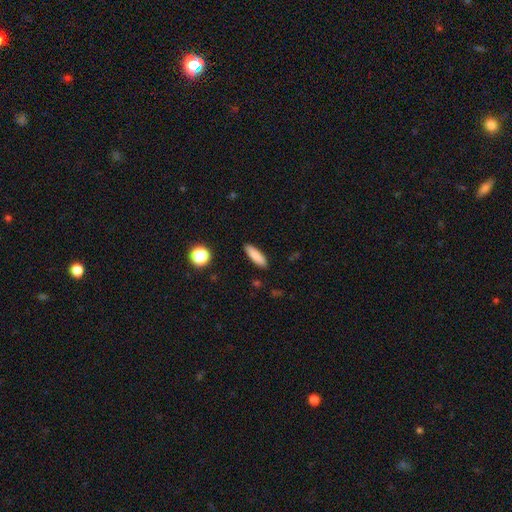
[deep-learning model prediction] Overall: smooth (85%). How rounded: cigar-shaped (61%; in between 37%). Merging: none (90%).